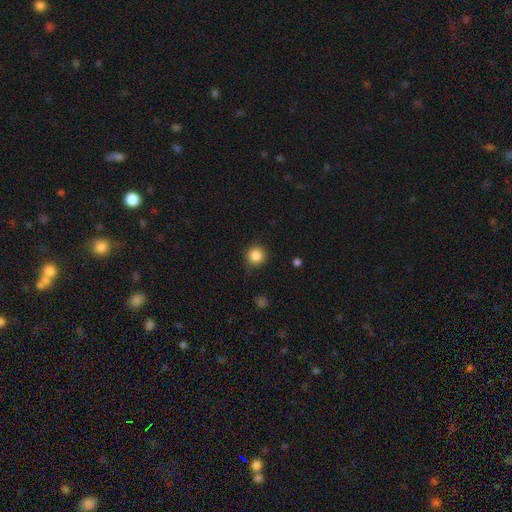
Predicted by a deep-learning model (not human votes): The model was most divided on "smooth or featured": smooth: 86%, star or artifact: 11%, featured or disk: 4%. More confident: how rounded — round (94%); merging — none (86%).